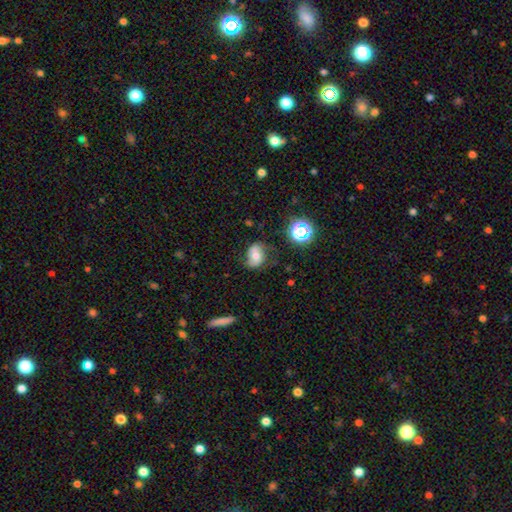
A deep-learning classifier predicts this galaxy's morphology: This appears to be a featured or disk galaxy (45%). Merging: none (61%).